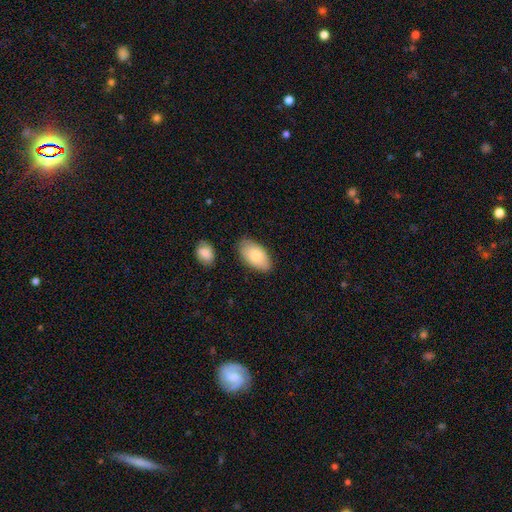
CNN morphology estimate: Q: Smooth or featured?
A: smooth (83%); runner-up: featured or disk (11%)
Q: How rounded?
A: in between (95%); runner-up: round (3%)
Q: Merging?
A: none (77%); runner-up: minor disturbance (16%)